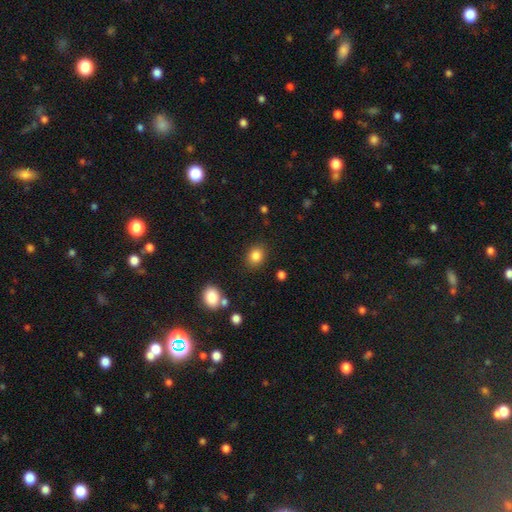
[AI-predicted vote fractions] smooth-or-featured: smooth: 84% | star or artifact: 11% | featured or disk: 5%
  how-rounded: round: 57% | in between: 42% | cigar-shaped: 1%
  merging: none: 85% | minor disturbance: 9% | major disturbance: 3% | merger: 3%